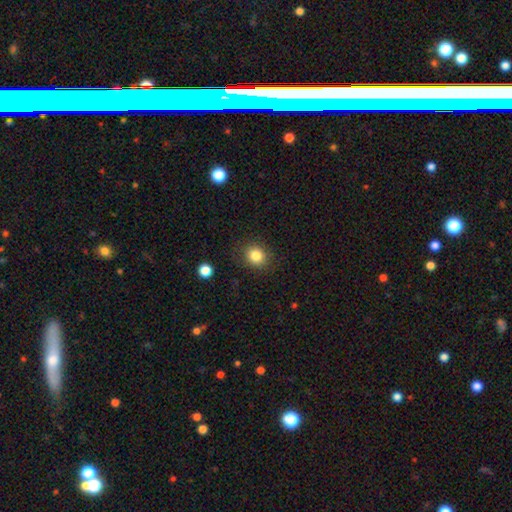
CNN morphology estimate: This appears to be a smooth galaxy with no disk features (84%) that is round (77%). Merging: none (86%).